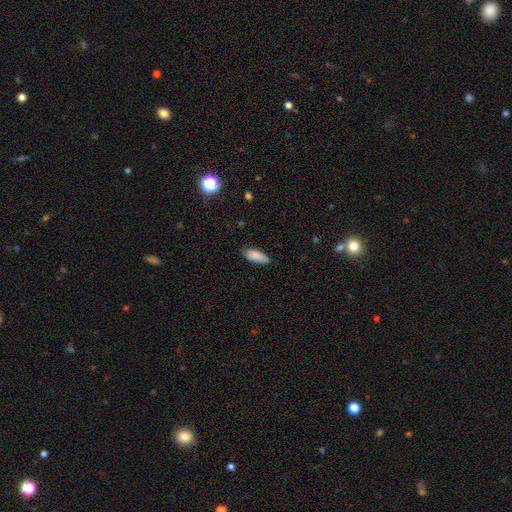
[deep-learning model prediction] smooth_or_featured: smooth (p=0.88) [alt: star or artifact p=0.07]
how_rounded: in between (p=0.80) [alt: cigar-shaped p=0.18]
merging: none (p=0.82) [alt: minor disturbance p=0.15]